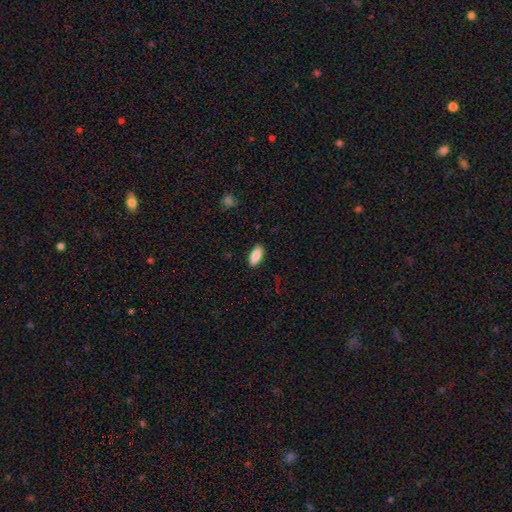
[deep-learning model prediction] This is clearly a smooth galaxy (87%). How rounded: clearly in between (87%). Merging: clearly none (85%).